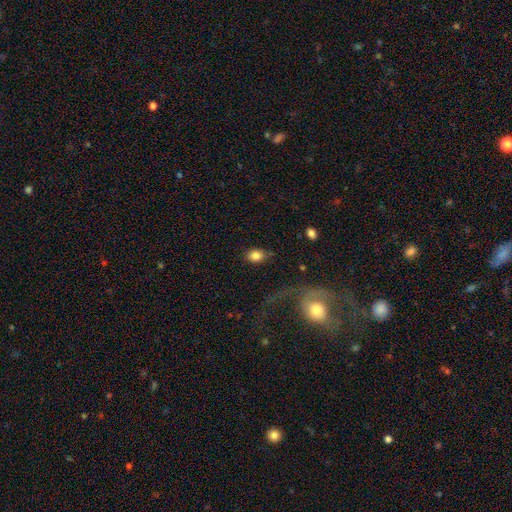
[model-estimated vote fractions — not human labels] Smooth or featured? Predicted: smooth (p=0.83). How rounded? Predicted: in between (p=0.77). Merging? Predicted: none (p=0.69).